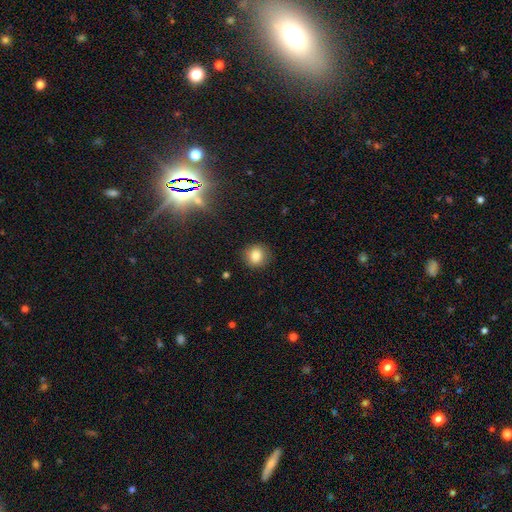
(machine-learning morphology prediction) A smooth galaxy with no disk features (81%) that is round (85%). Merging: none (88%).